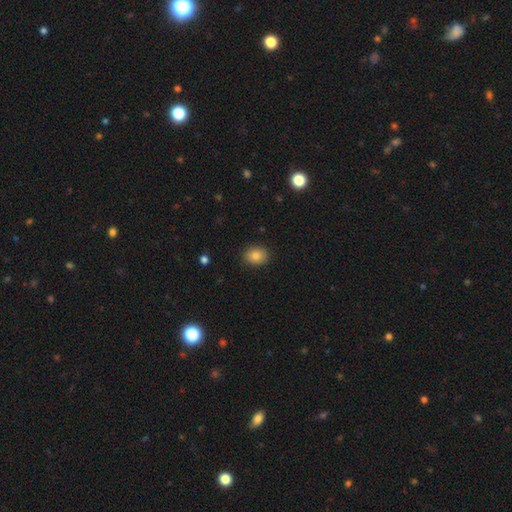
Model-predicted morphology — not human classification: Q: Smooth or featured?
A: smooth (83%); runner-up: star or artifact (9%)
Q: How rounded?
A: in between (51%); runner-up: round (48%)
Q: Merging?
A: none (88%); runner-up: minor disturbance (9%)